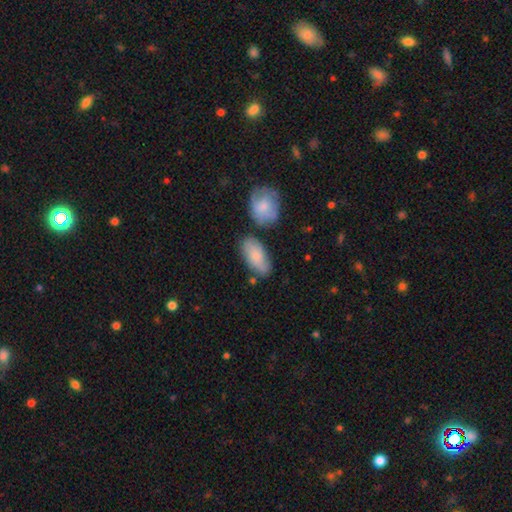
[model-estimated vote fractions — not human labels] The model was most divided on "merging": none: 64%, minor disturbance: 19%, merger: 12%, major disturbance: 5%. More confident: how rounded — in between (89%); smooth or featured — smooth (74%).